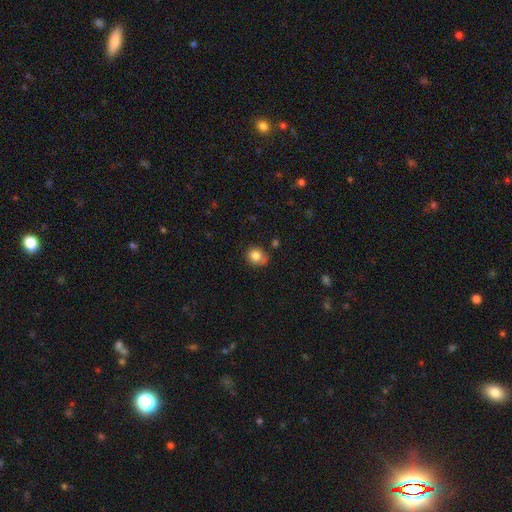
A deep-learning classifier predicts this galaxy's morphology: Q: Smooth or featured?
A: smooth (83%); runner-up: star or artifact (10%)
Q: How rounded?
A: round (72%); runner-up: in between (27%)
Q: Merging?
A: none (63%); runner-up: minor disturbance (26%)